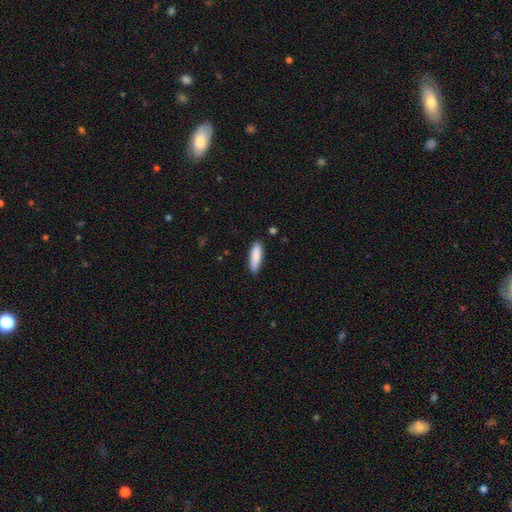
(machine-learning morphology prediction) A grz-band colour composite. It shows a smooth galaxy with no disk features (88%) that is cigar-shaped (55%). Merging: none (85%).